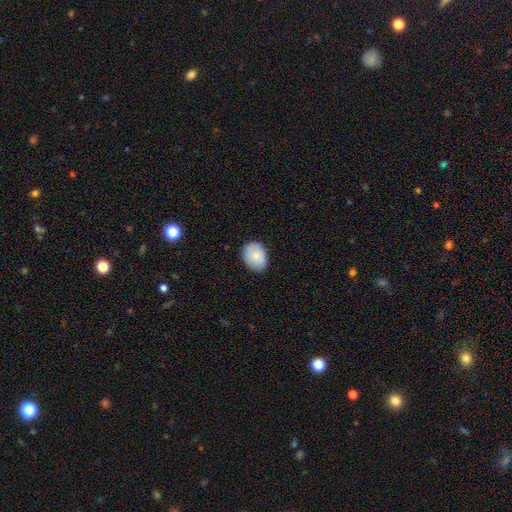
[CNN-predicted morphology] Smooth or featured: smooth — 83% (featured or disk — 11%)
How rounded: in between — 68% (round — 31%)
Merging: none — 82% (minor disturbance — 14%)